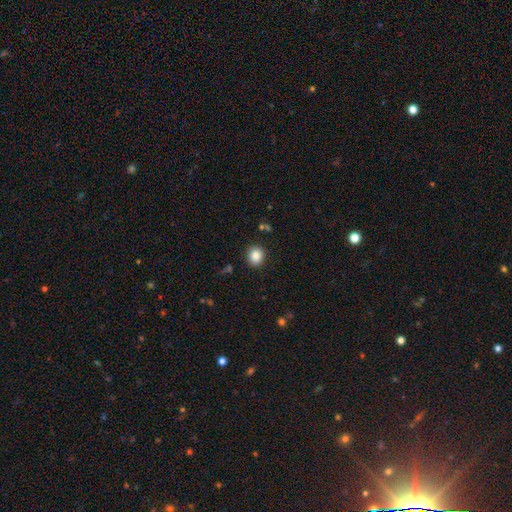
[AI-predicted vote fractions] This is clearly a smooth galaxy (86%). How rounded: likely round (78%). Merging: clearly none (90%).